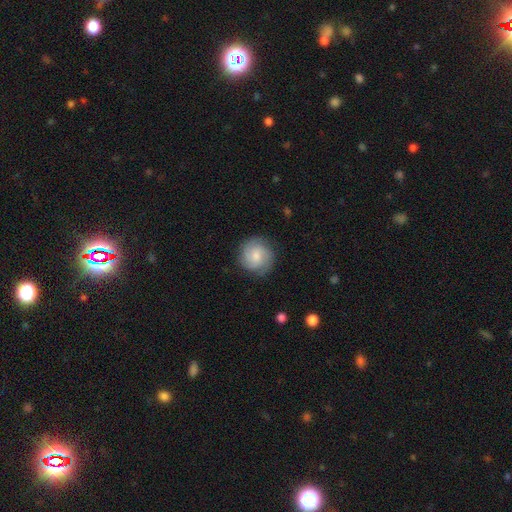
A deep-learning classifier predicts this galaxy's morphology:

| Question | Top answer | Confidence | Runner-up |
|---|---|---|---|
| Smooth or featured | smooth | 50% | featured or disk (43%) |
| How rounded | round | 91% | in between (8%) |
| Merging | none | 83% | minor disturbance (12%) |